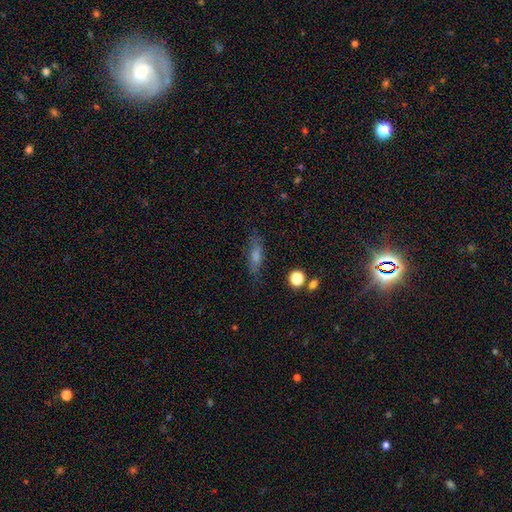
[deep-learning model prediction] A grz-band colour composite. It shows a smooth galaxy with no disk features (46%). Merging: none (79%).